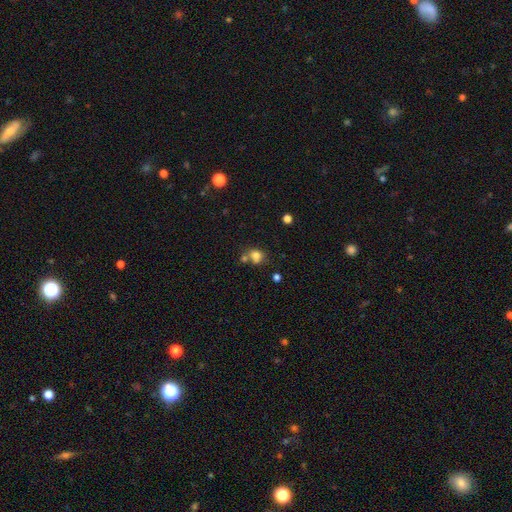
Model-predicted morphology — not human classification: Smooth or featured? smooth (76%)
How rounded? round (63%)
Merging? none (45%)